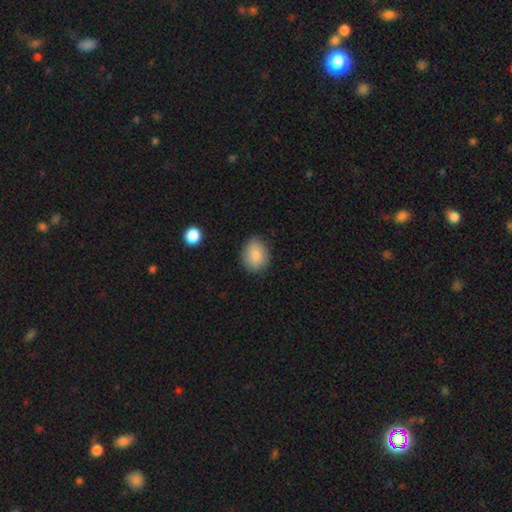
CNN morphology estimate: A smooth galaxy with no disk features (85%) that is in between round and cigar-shaped (53%).

Vote fractions:
- Smooth or featured? smooth: 85% / featured or disk: 8% / star or artifact: 7%
- How rounded? in between: 53% / round: 46% / cigar-shaped: 1%
- Merging? none: 84% / minor disturbance: 12% / major disturbance: 3% / merger: 1%